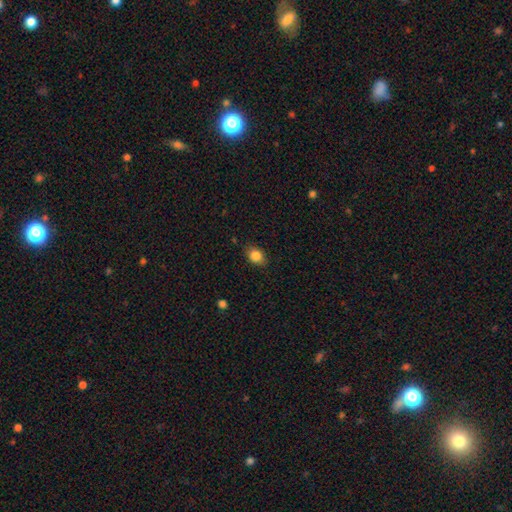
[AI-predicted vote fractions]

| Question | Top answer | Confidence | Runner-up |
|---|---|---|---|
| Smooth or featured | smooth | 85% | star or artifact (9%) |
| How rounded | in between | 60% | round (38%) |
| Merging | none | 84% | minor disturbance (12%) |